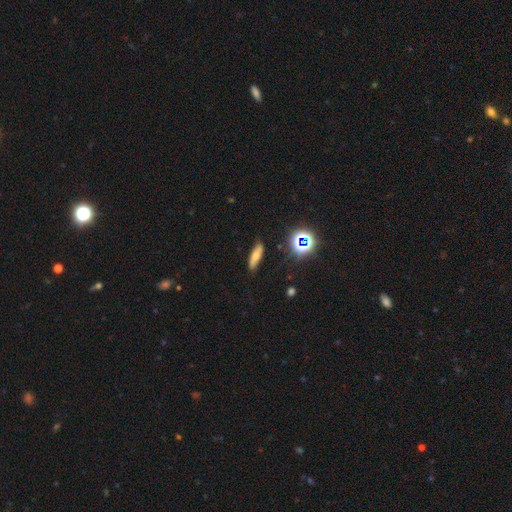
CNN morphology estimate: smooth-or-featured: smooth: 64% | featured or disk: 19% | star or artifact: 16%
  how-rounded: cigar-shaped: 59% | in between: 36% | round: 4%
  merging: none: 81% | minor disturbance: 14% | major disturbance: 3% | merger: 2%